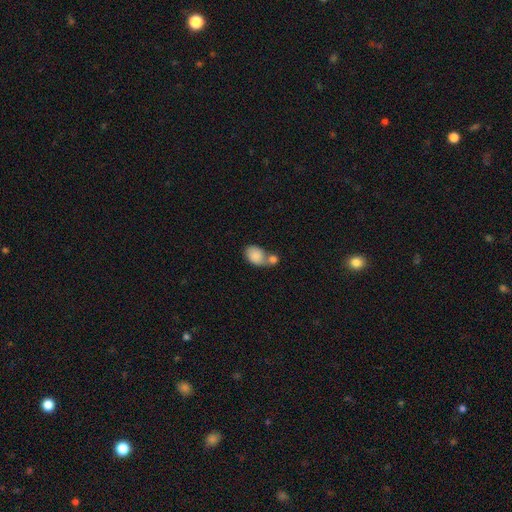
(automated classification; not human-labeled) Smooth or featured: smooth — 83% (featured or disk — 10%)
How rounded: in between — 72% (round — 27%)
Merging: merger — 58% (none — 26%)